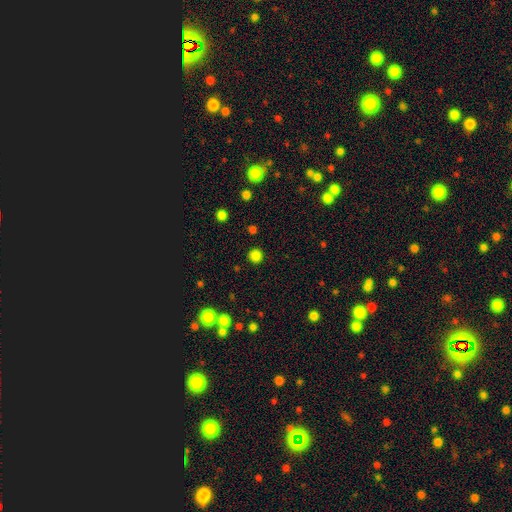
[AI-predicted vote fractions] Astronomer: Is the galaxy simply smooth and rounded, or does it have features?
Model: smooth — 82%.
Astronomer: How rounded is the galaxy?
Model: round — 93%.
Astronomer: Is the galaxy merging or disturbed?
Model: none — 89%.